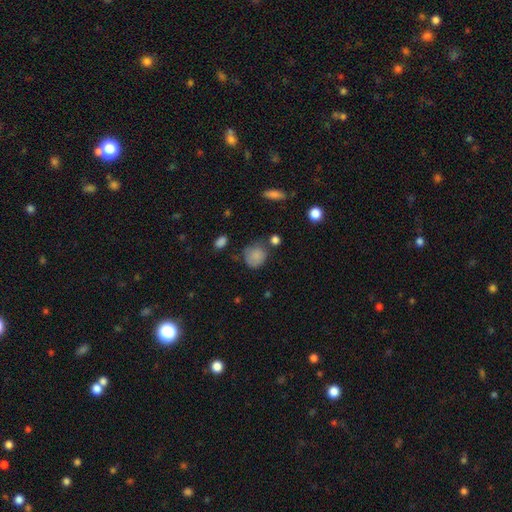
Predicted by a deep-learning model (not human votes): This is clearly a smooth galaxy (81%). How rounded: likely round (73%). Merging: possibly none (54%).